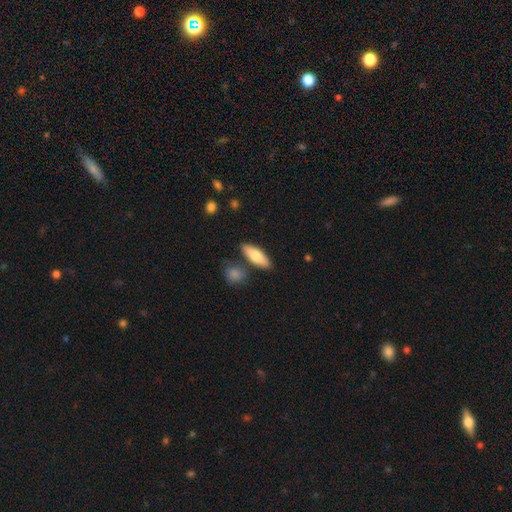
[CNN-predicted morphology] Smooth or featured?
  - smooth: 76% *
  - featured or disk: 19%
  - star or artifact: 6%
How rounded?
  - in between: 63% *
  - cigar-shaped: 34%
  - round: 3%
Merging?
  - none: 79% *
  - minor disturbance: 11%
  - merger: 7%
  - major disturbance: 3%